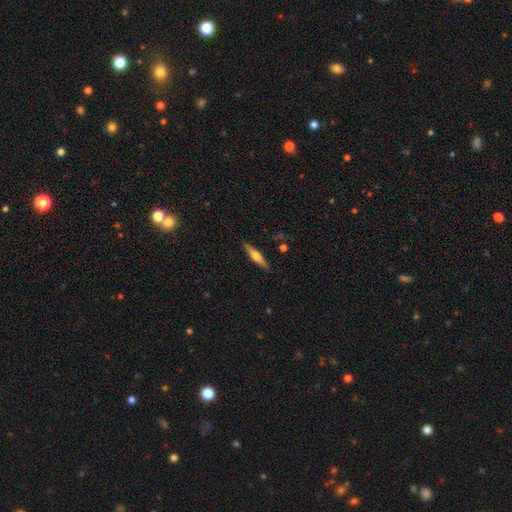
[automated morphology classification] Overall: featured or disk (60%; smooth 34%). Edge-on disk: yes (97%). Edge-on bulge: rounded (89%). Merging: none (90%).